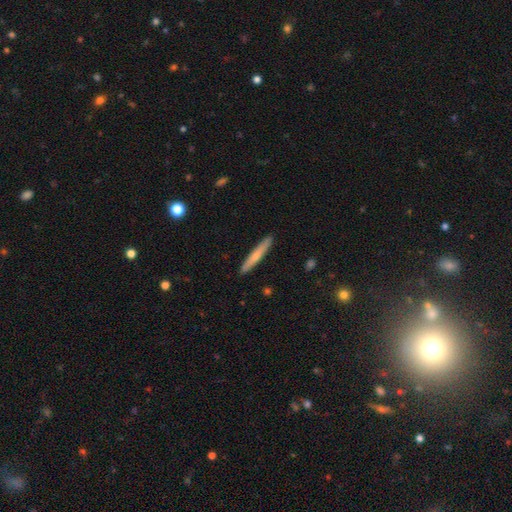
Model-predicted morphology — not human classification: smooth-or-featured: smooth: 62% | featured or disk: 33% | star or artifact: 6%
  how-rounded: cigar-shaped: 95% | in between: 3% | round: 1%
  merging: none: 91% | minor disturbance: 7% | major disturbance: 1% | merger: 1%